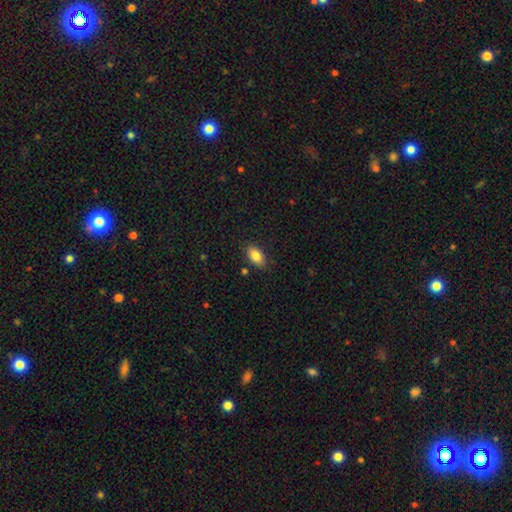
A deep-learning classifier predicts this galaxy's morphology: smooth_or_featured: smooth (p=0.84) [alt: featured or disk p=0.08]
how_rounded: in between (p=0.91) [alt: round p=0.06]
merging: none (p=0.84) [alt: minor disturbance p=0.11]